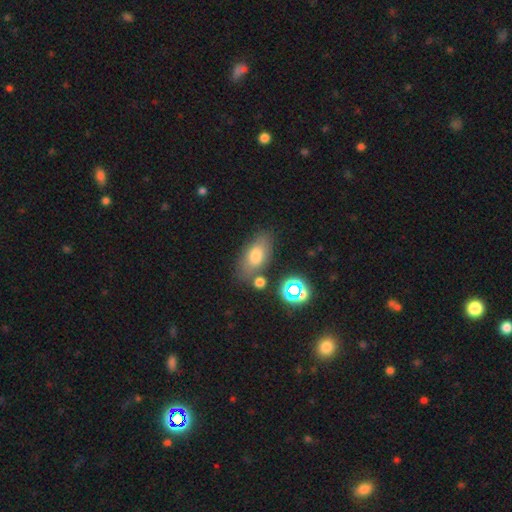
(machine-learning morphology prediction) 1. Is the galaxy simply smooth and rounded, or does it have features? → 72% smooth, 16% featured or disk, 13% star or artifact.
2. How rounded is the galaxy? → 86% in between, 9% round, 6% cigar-shaped.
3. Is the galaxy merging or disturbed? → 70% none, 15% minor disturbance, 11% merger, 5% major disturbance.